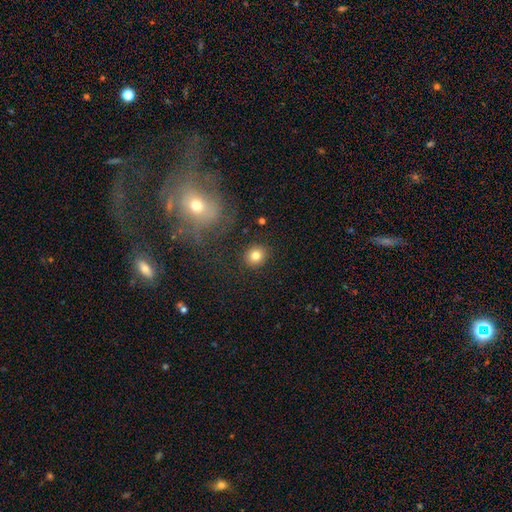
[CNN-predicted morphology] smooth-or-featured: smooth: 81% | star or artifact: 11% | featured or disk: 8%
  how-rounded: round: 75% | in between: 24% | cigar-shaped: 1%
  merging: none: 88% | minor disturbance: 7% | major disturbance: 3% | merger: 2%